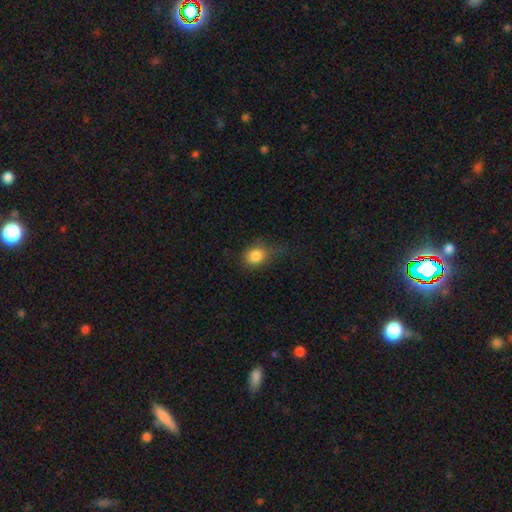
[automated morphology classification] Q: Smooth or featured?
A: smooth (84%); runner-up: star or artifact (10%)
Q: How rounded?
A: round (54%); runner-up: in between (45%)
Q: Merging?
A: none (57%); runner-up: minor disturbance (29%)